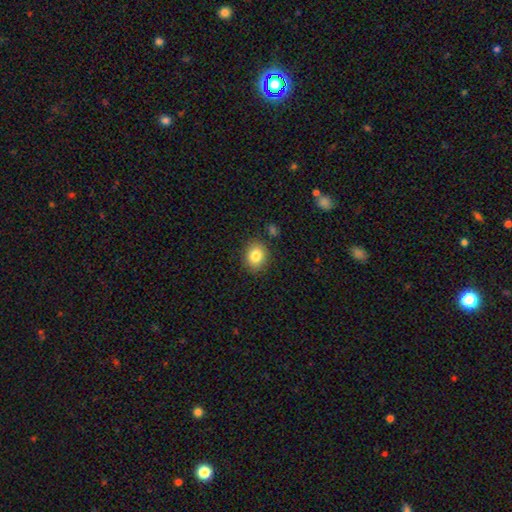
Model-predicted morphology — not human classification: This appears to be a smooth galaxy with no disk features (83%) that is round (60%). Merging: none (85%).